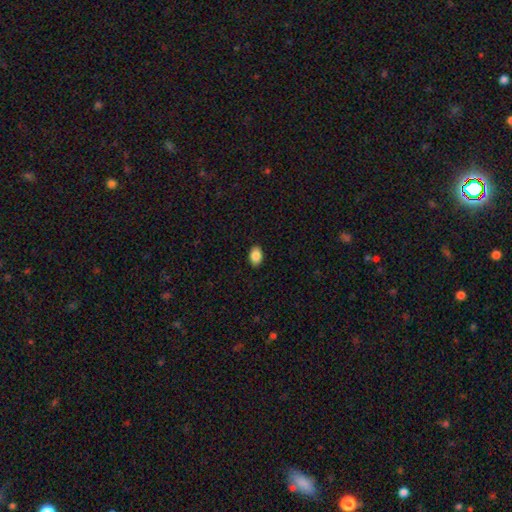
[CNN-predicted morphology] The model was most divided on "how rounded": in between: 87%, round: 12%, cigar-shaped: 1%. More confident: merging — none (89%); smooth or featured — smooth (88%).